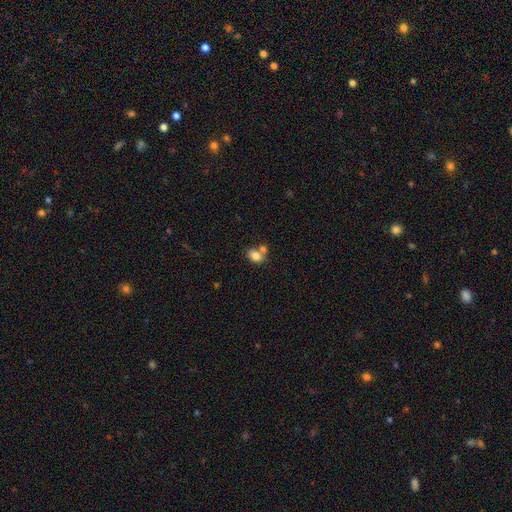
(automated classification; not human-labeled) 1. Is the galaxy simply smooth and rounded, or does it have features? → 80% smooth, 10% featured or disk, 10% star or artifact.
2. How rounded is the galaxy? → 72% in between, 26% round, 1% cigar-shaped.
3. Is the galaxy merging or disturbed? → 45% none, 38% merger, 12% minor disturbance, 4% major disturbance.